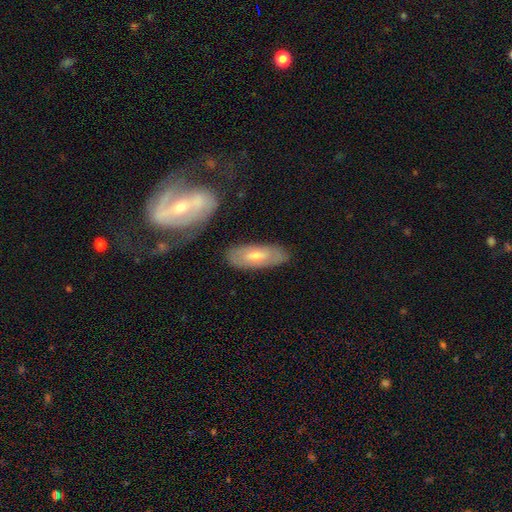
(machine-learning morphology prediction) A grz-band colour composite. It shows a smooth galaxy with no disk features (52%) that is in between round and cigar-shaped (72%). Merging: none (79%).